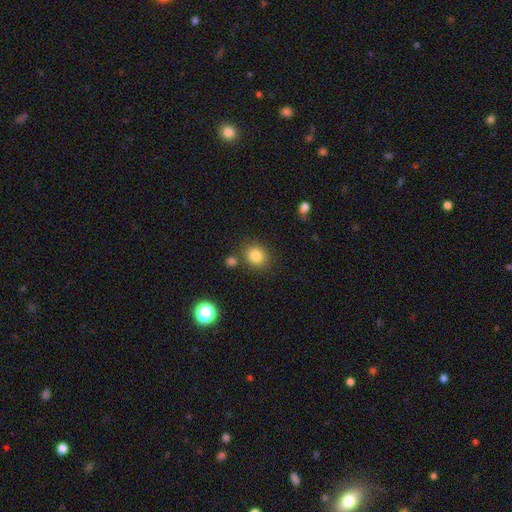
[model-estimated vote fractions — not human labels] This is clearly a smooth galaxy (83%). How rounded: likely round (71%). Merging: likely none (80%).